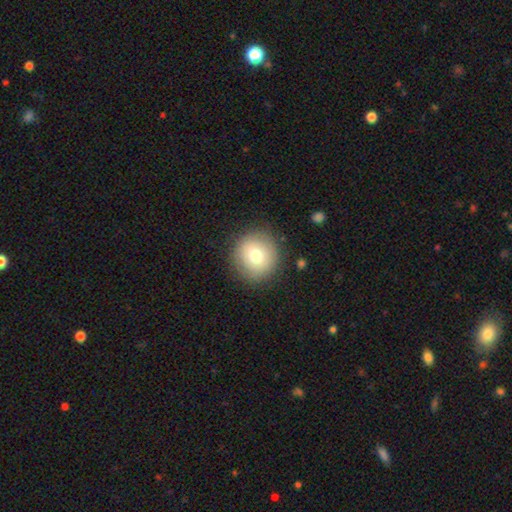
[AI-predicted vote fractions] A smooth galaxy with no disk features (73%) that is round (93%).

Vote fractions:
- Smooth or featured? smooth: 73% / featured or disk: 16% / star or artifact: 10%
- How rounded? round: 93% / in between: 6% / cigar-shaped: 1%
- Merging? none: 87% / minor disturbance: 9% / major disturbance: 3% / merger: 1%